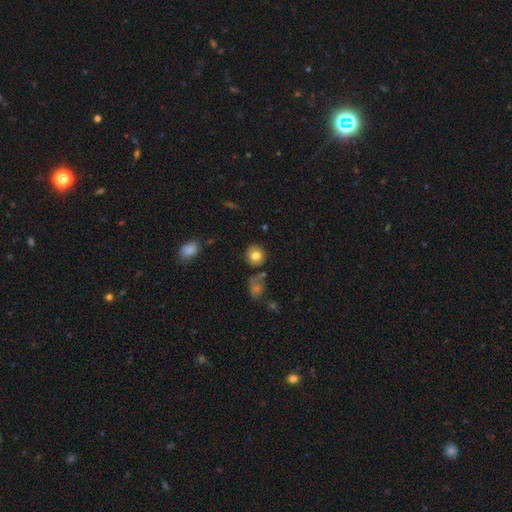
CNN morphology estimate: smooth 79%, featured or disk 11%, star or artifact 10%. Down the decision tree: how rounded — round (81%); merging — none (80%).